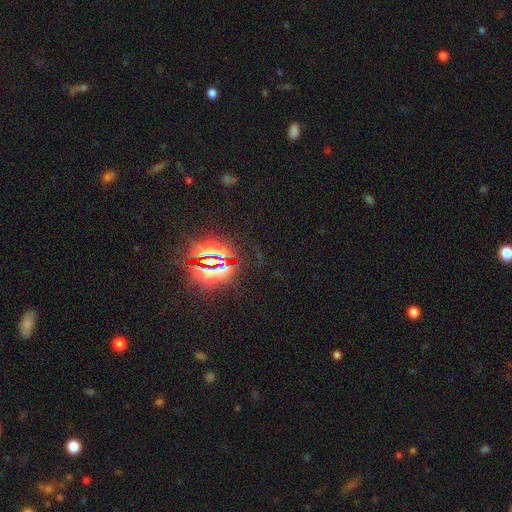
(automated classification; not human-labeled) The model was most divided on "smooth or featured": star or artifact: 83%, smooth: 10%, featured or disk: 8%.